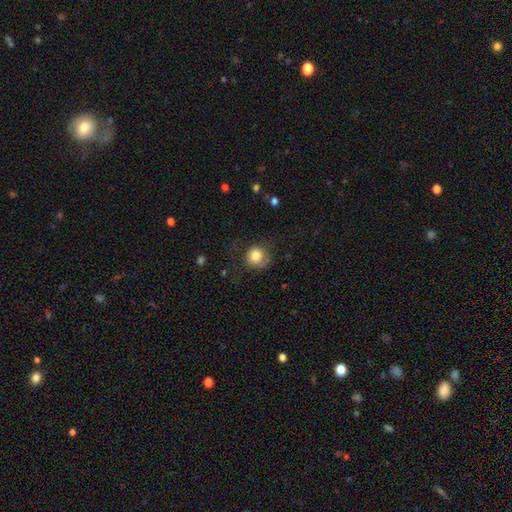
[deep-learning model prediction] This is clearly a smooth galaxy (81%). How rounded: clearly round (89%). Merging: likely none (65%).